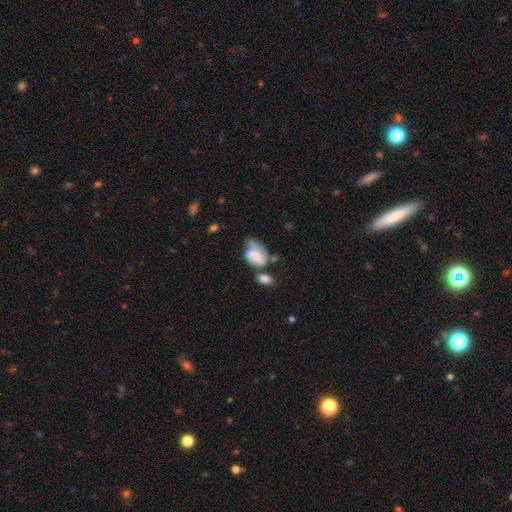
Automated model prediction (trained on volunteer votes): Smooth or featured? Predicted: featured or disk (p=0.53). Edge-on disk? Predicted: no (p=0.97). Bar? Predicted: no (p=0.60). Spiral arms? Predicted: yes (p=0.78). Bulge size? Predicted: small (p=0.37, tied with moderate). Merging? Predicted: minor disturbance (p=0.26, tied with merger and none).